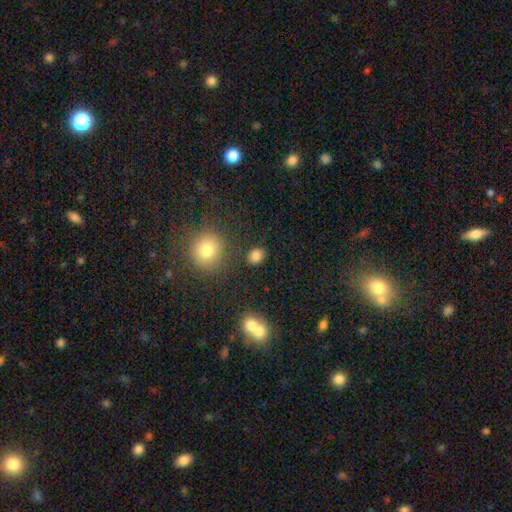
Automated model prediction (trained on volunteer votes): Q: Smooth or featured?
A: smooth (83%); runner-up: star or artifact (12%)
Q: How rounded?
A: round (50%); runner-up: in between (49%)
Q: Merging?
A: none (83%); runner-up: minor disturbance (10%)